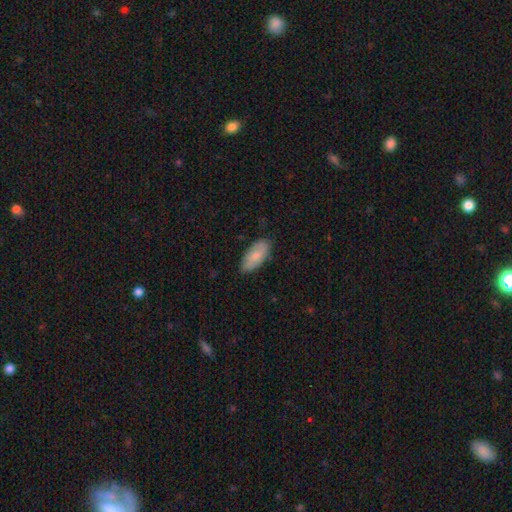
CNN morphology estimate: Q: Smooth or featured?
A: smooth (78%); runner-up: featured or disk (16%)
Q: How rounded?
A: in between (90%); runner-up: cigar-shaped (8%)
Q: Merging?
A: none (78%); runner-up: minor disturbance (18%)